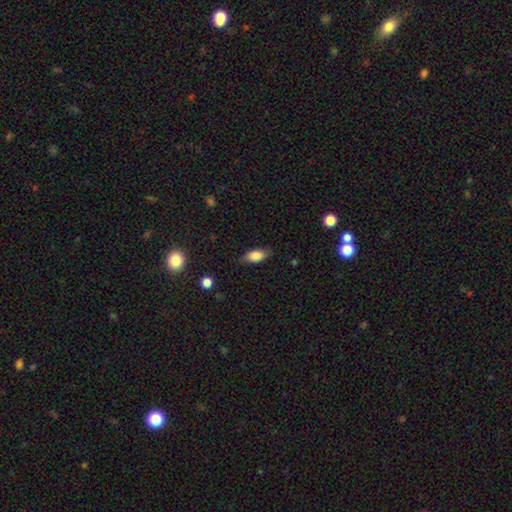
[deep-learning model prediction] Smooth or featured?
  - smooth: 78% *
  - featured or disk: 14%
  - star or artifact: 8%
How rounded?
  - in between: 86% *
  - cigar-shaped: 10%
  - round: 5%
Merging?
  - none: 76% *
  - minor disturbance: 19%
  - major disturbance: 4%
  - merger: 1%